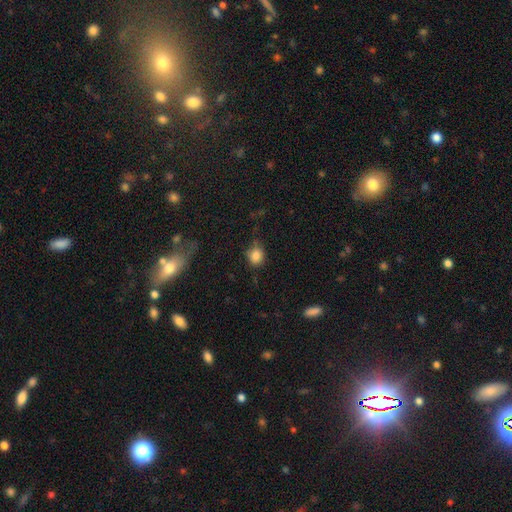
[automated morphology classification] Smooth or featured? Predicted: smooth (p=0.84). How rounded? Predicted: round (p=0.76). Merging? Predicted: none (p=0.64).